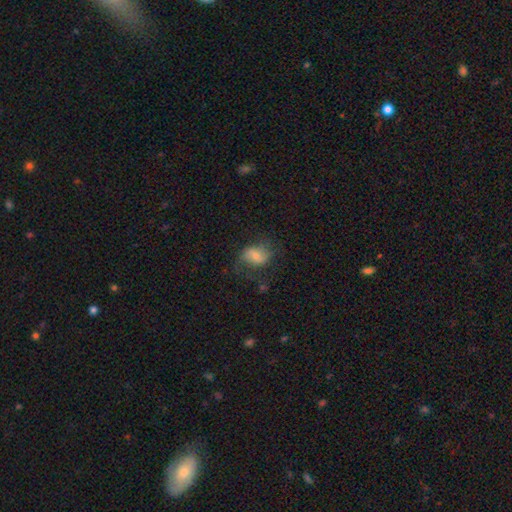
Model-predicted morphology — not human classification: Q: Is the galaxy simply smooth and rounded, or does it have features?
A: smooth — 57%.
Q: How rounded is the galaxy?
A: in between — 71%.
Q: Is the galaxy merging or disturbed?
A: none — 58%.